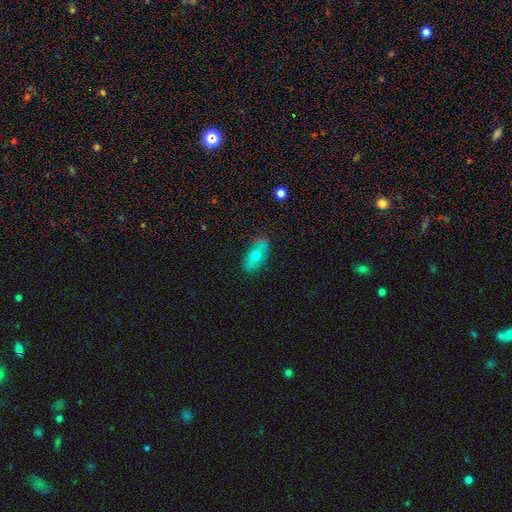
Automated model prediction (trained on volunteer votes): smooth-or-featured: smooth: 60% | featured or disk: 31% | star or artifact: 8%
  how-rounded: in between: 85% | cigar-shaped: 9% | round: 7%
  merging: none: 78% | minor disturbance: 16% | major disturbance: 4% | merger: 2%